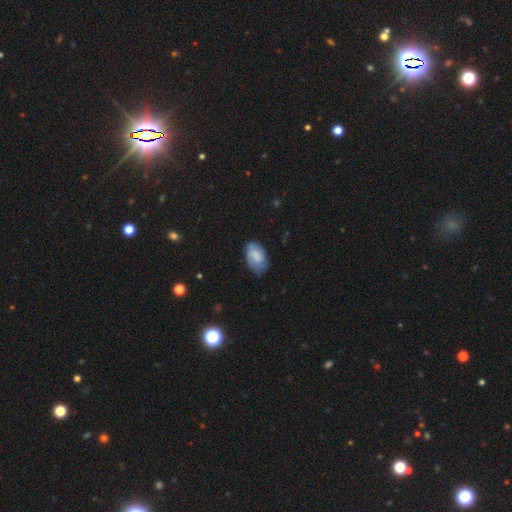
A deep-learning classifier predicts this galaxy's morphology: This appears to be a smooth galaxy with no disk features (57%) that is in between round and cigar-shaped (91%). Merging: none (68%).